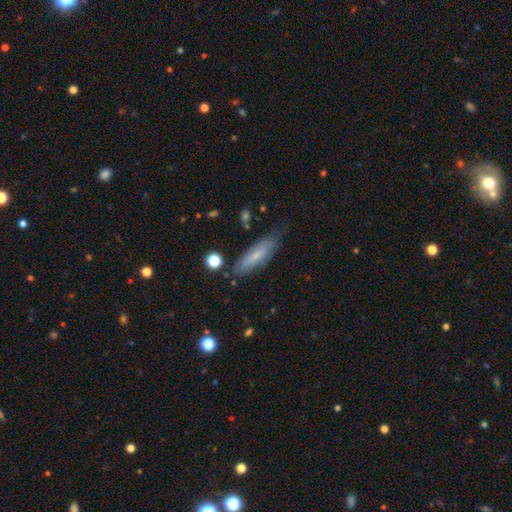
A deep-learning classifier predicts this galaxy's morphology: Smooth or featured? Predicted: smooth (p=0.63). How rounded? Predicted: cigar-shaped (p=0.62). Merging? Predicted: none (p=0.73).